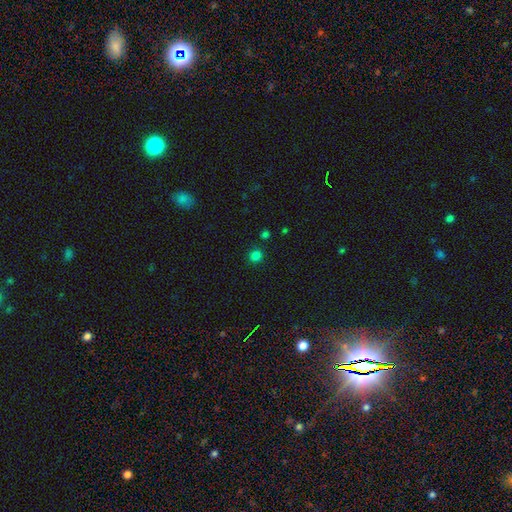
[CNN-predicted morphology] A smooth galaxy with no disk features (79%) that is round (89%).

Vote fractions:
- Smooth or featured? smooth: 79% / star or artifact: 18% / featured or disk: 3%
- How rounded? round: 89% / in between: 10% / cigar-shaped: 1%
- Merging? none: 87% / minor disturbance: 7% / merger: 4% / major disturbance: 3%